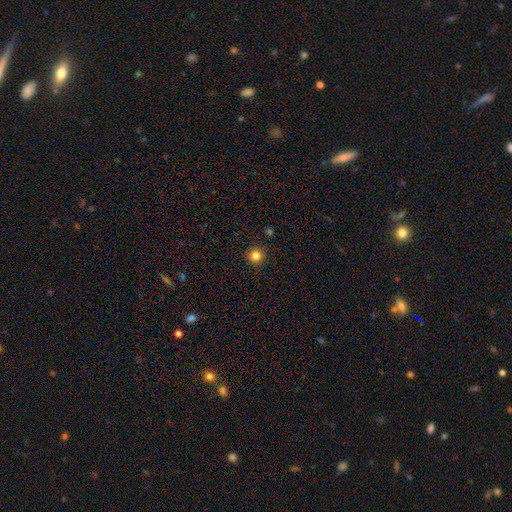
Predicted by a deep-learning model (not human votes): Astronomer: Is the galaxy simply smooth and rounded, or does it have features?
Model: smooth — 83%.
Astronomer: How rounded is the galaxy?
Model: round — 94%.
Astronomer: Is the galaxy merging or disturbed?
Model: none — 92%.